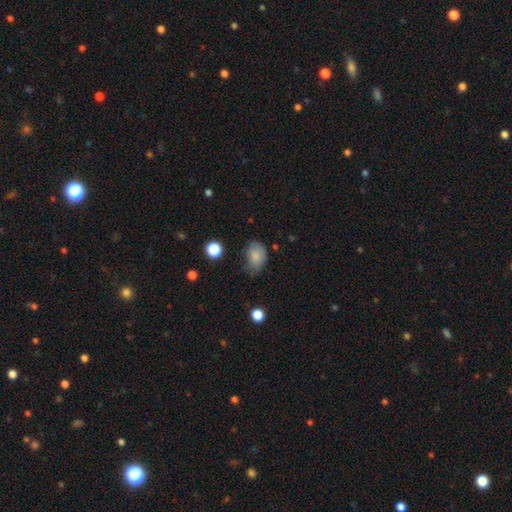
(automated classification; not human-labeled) Overall: smooth (83%). How rounded: in between (73%). Merging: none (56%; minor disturbance 34%).